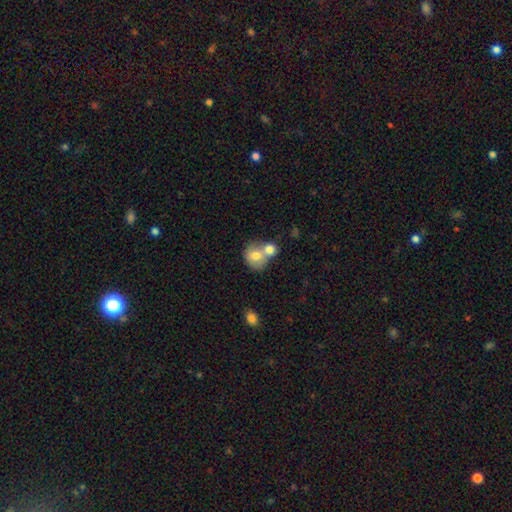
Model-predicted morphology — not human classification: A smooth galaxy with no disk features (74%) that is round (74%). Merging: merger (59%).